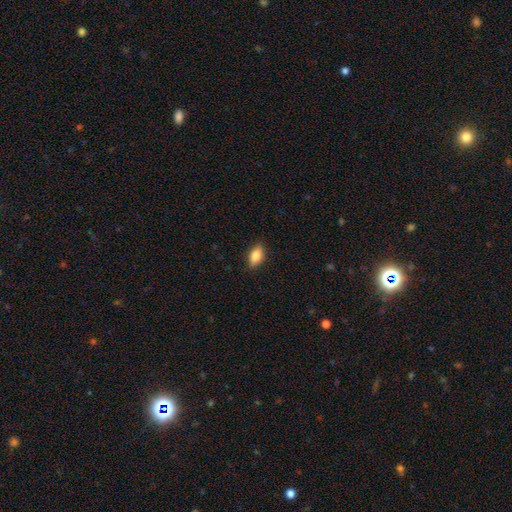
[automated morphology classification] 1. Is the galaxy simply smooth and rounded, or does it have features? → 84% smooth, 9% featured or disk, 7% star or artifact.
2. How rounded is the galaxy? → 89% in between, 6% cigar-shaped, 5% round.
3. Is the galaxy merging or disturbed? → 87% none, 10% minor disturbance, 2% major disturbance, 1% merger.